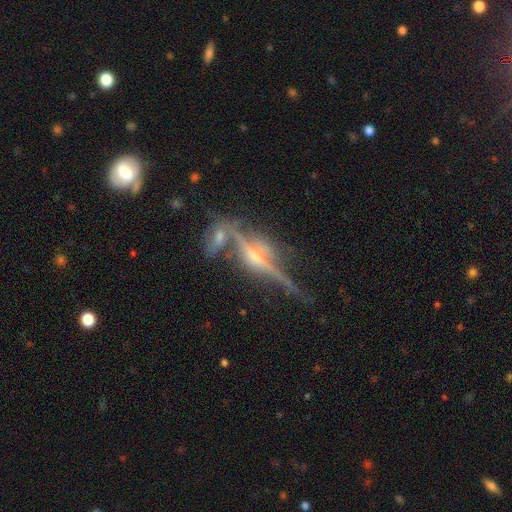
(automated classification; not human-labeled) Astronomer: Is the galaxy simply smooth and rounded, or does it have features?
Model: featured or disk — 82%.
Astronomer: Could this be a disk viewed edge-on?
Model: yes — 93%.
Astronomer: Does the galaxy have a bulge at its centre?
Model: rounded — 86%.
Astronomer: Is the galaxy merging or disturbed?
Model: none — 60%.